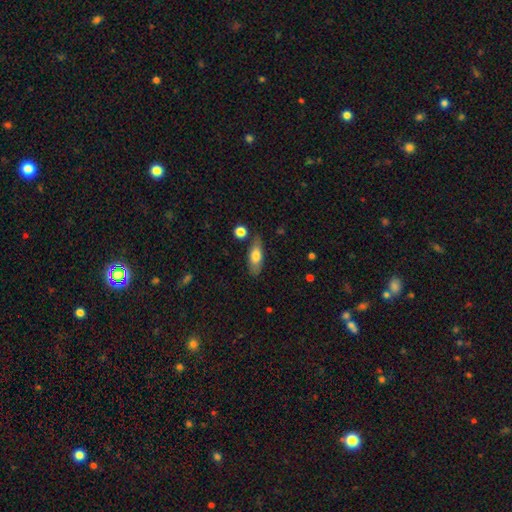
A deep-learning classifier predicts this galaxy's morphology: Q: Smooth or featured?
A: smooth (70%); runner-up: featured or disk (24%)
Q: How rounded?
A: in between (71%); runner-up: cigar-shaped (25%)
Q: Merging?
A: none (76%); runner-up: minor disturbance (16%)